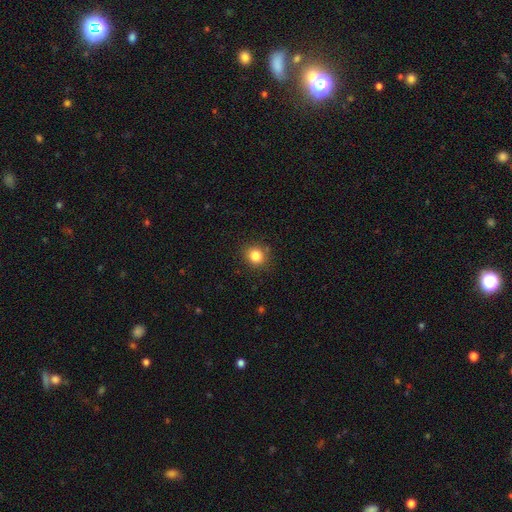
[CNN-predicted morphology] Smooth or featured: smooth — 84% (star or artifact — 11%)
How rounded: round — 82% (in between — 17%)
Merging: none — 86% (minor disturbance — 10%)